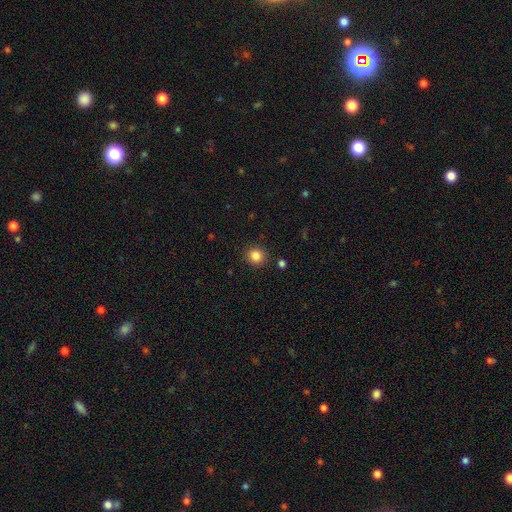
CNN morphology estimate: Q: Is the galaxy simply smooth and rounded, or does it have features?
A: smooth — 85%.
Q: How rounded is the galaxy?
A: round — 90%.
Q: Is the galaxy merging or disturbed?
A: none — 89%.